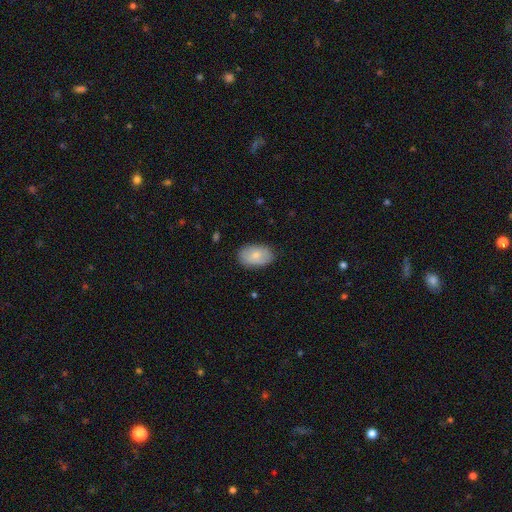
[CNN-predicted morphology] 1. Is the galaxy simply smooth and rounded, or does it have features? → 76% smooth, 18% featured or disk, 6% star or artifact.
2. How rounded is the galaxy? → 90% in between, 9% round, 1% cigar-shaped.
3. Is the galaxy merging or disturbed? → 83% none, 13% minor disturbance, 3% major disturbance, 1% merger.